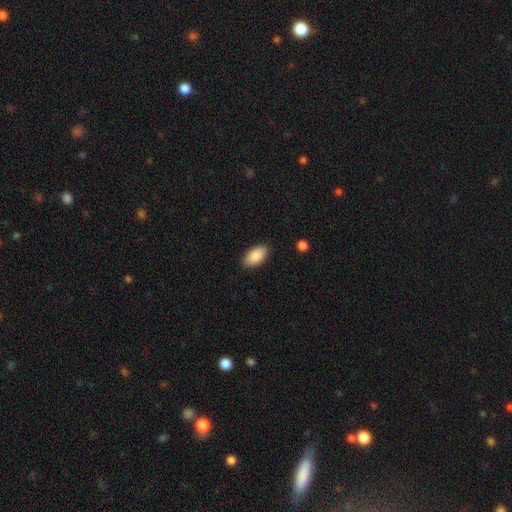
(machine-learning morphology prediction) smooth-or-featured: smooth: 89% | star or artifact: 6% | featured or disk: 5%
  how-rounded: in between: 95% | round: 3% | cigar-shaped: 3%
  merging: none: 87% | minor disturbance: 9% | major disturbance: 2% | merger: 1%